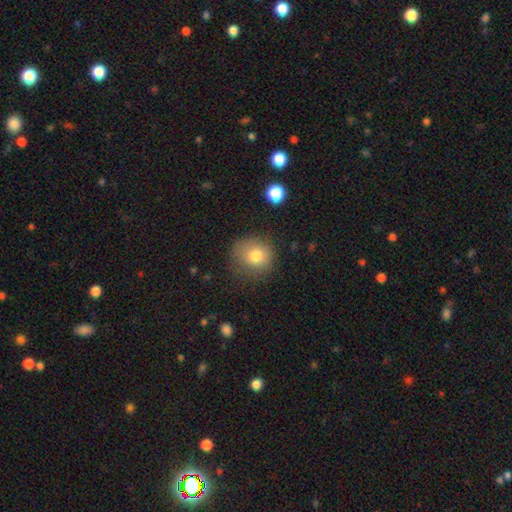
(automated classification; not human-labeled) smooth_or_featured: smooth (p=0.79) [alt: star or artifact p=0.11]
how_rounded: round (p=0.85) [alt: in between p=0.14]
merging: none (p=0.69) [alt: minor disturbance p=0.20]